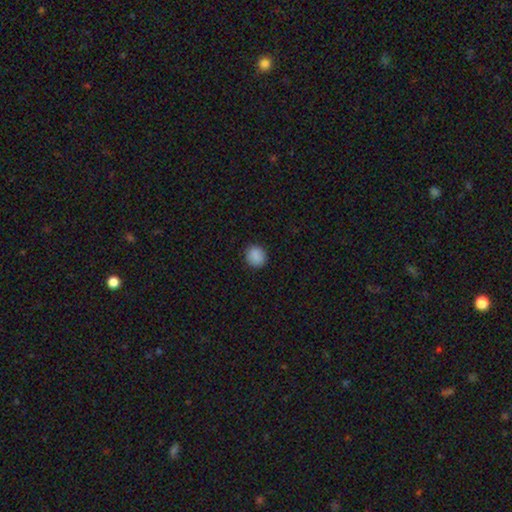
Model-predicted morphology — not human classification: This is clearly a smooth galaxy (88%). How rounded: clearly round (83%). Merging: clearly none (90%).